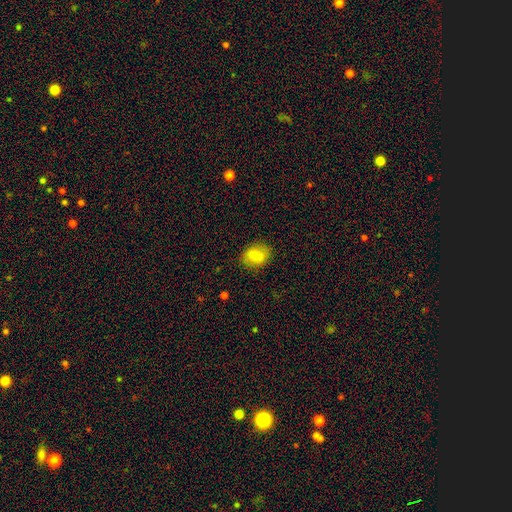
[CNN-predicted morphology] Q: Smooth or featured?
A: smooth (77%); runner-up: featured or disk (15%)
Q: How rounded?
A: in between (66%); runner-up: round (32%)
Q: Merging?
A: none (82%); runner-up: minor disturbance (13%)